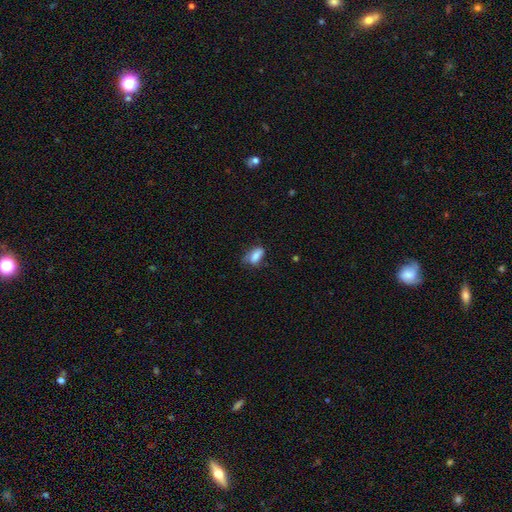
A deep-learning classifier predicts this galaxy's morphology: smooth_or_featured: smooth (p=0.78) [alt: featured or disk p=0.13]
how_rounded: in between (p=0.85) [alt: cigar-shaped p=0.10]
merging: none (p=0.46) [alt: minor disturbance p=0.36]